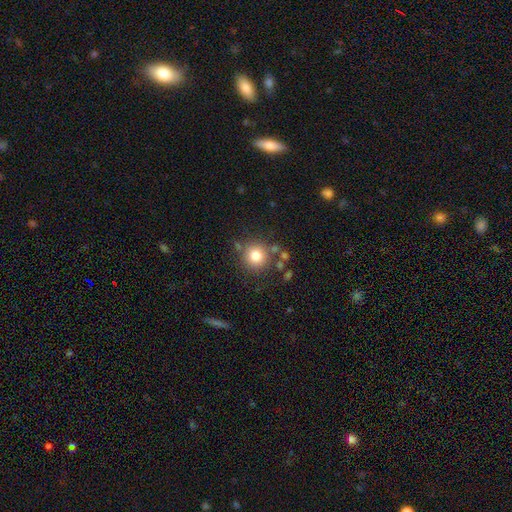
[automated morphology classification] Overall: smooth (79%). How rounded: round (93%). Merging: none (78%).